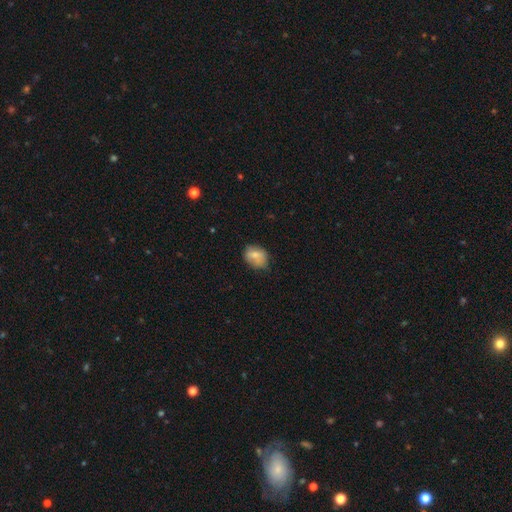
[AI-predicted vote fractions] smooth_or_featured: smooth (p=0.75) [alt: featured or disk p=0.16]
how_rounded: in between (p=0.66) [alt: round p=0.33]
merging: none (p=0.64) [alt: minor disturbance p=0.27]